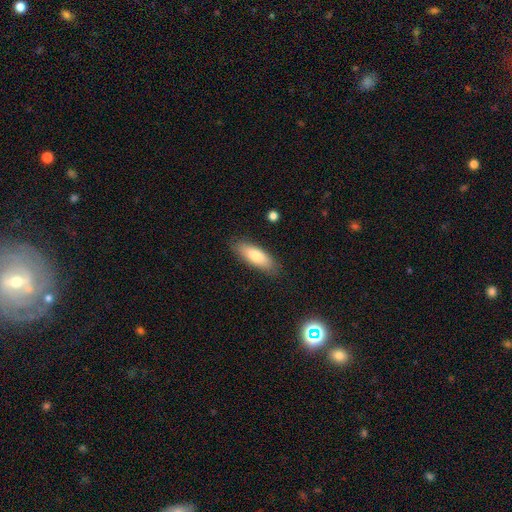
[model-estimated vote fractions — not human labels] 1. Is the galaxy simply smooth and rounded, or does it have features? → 78% smooth, 16% featured or disk, 6% star or artifact.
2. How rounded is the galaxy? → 61% in between, 37% cigar-shaped, 2% round.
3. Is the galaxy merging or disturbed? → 84% none, 12% minor disturbance, 3% major disturbance, 1% merger.